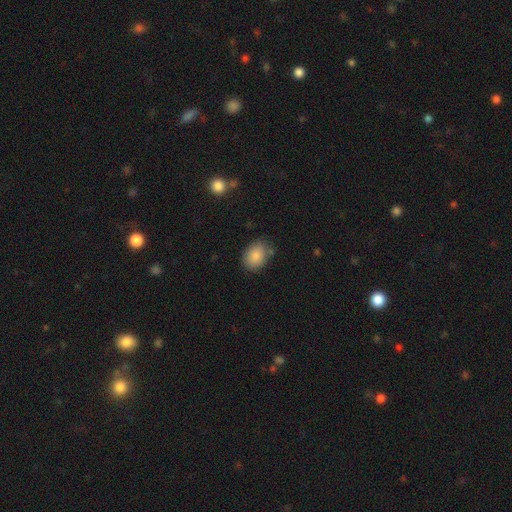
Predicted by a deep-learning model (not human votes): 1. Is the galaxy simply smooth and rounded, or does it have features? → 87% smooth, 8% star or artifact, 5% featured or disk.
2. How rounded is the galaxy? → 72% in between, 27% round, 1% cigar-shaped.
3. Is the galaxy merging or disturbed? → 76% none, 17% minor disturbance, 4% major disturbance, 4% merger.